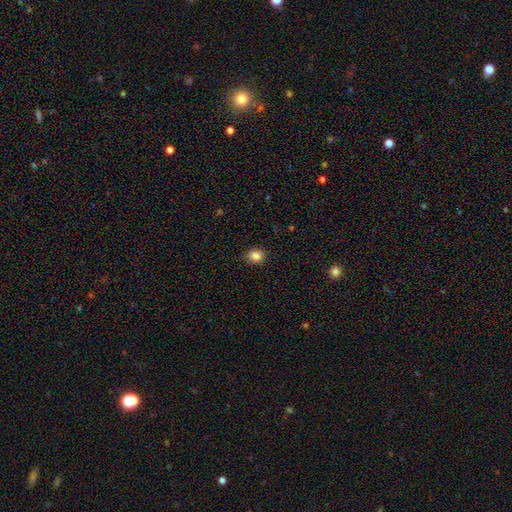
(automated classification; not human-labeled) smooth_or_featured: smooth (p=0.86) [alt: star or artifact p=0.10]
how_rounded: round (p=0.63) [alt: in between p=0.36]
merging: none (p=0.87) [alt: minor disturbance p=0.10]